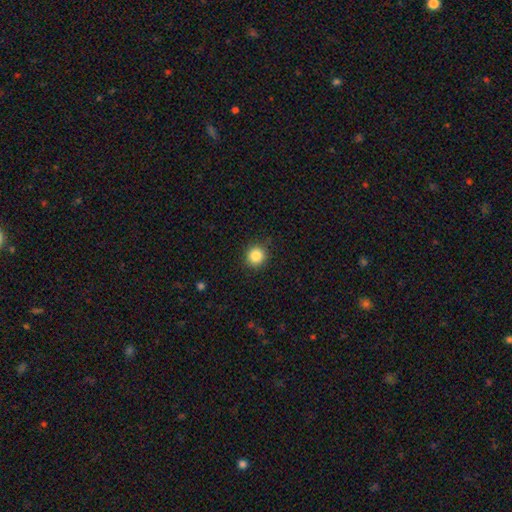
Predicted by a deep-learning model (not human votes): The model was most divided on "smooth or featured": smooth: 85%, star or artifact: 10%, featured or disk: 4%. More confident: how rounded — round (92%); merging — none (90%).